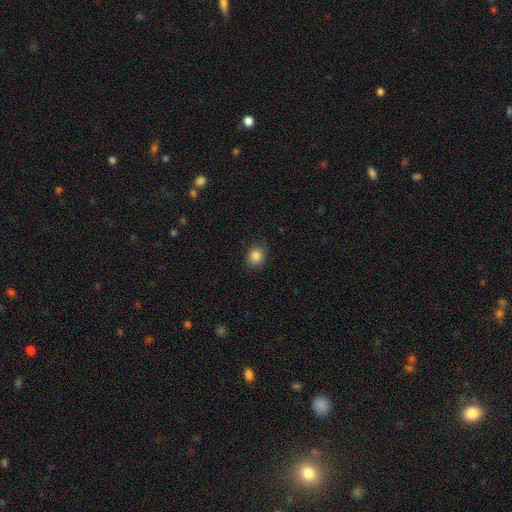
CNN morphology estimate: smooth-or-featured: smooth: 86% | star or artifact: 10% | featured or disk: 5%
  how-rounded: round: 62% | in between: 37% | cigar-shaped: 1%
  merging: none: 85% | minor disturbance: 11% | major disturbance: 3% | merger: 1%